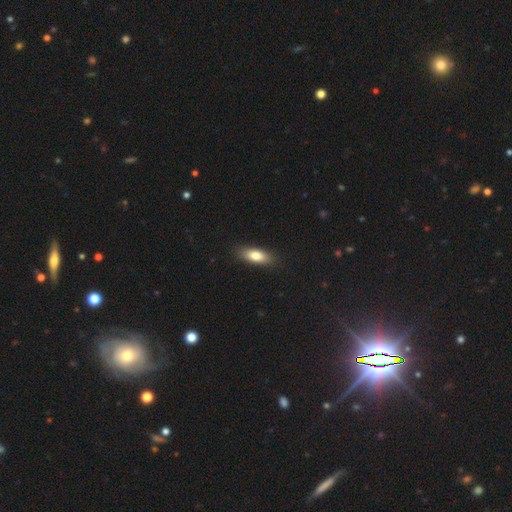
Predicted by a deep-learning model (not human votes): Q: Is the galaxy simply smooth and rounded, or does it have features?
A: smooth — 80%.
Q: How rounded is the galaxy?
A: in between — 72%.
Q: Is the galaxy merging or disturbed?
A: none — 87%.